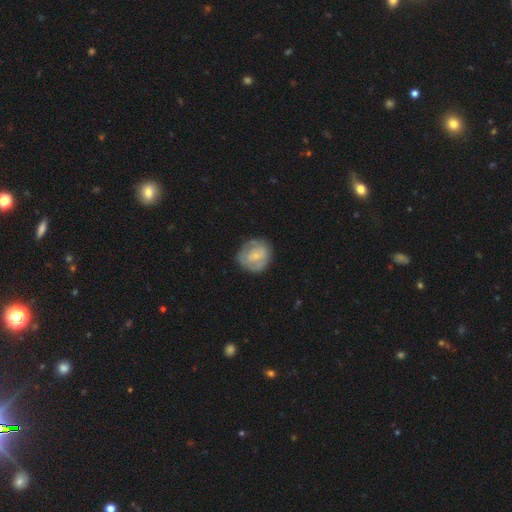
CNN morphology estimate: type=smooth (48%); merging=none (74%).